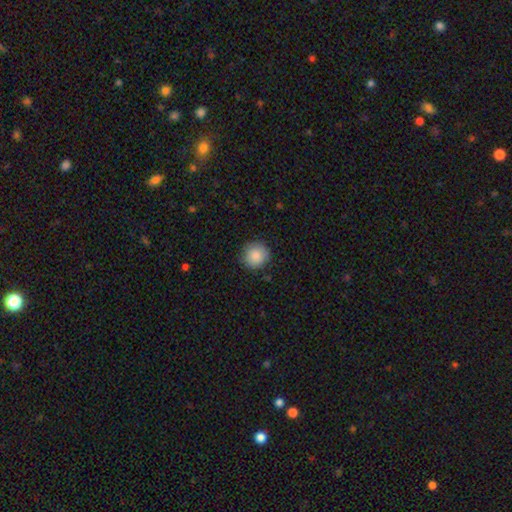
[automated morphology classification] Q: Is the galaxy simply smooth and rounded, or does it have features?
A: smooth — 87%.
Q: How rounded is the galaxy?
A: round — 93%.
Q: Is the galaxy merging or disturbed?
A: none — 87%.